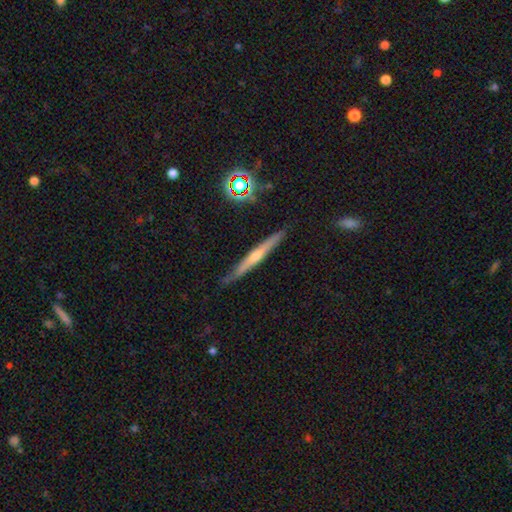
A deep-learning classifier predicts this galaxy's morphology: Overall: featured or disk (69%). Edge-on disk: yes (97%). Edge-on bulge: rounded (72%). Merging: none (88%).